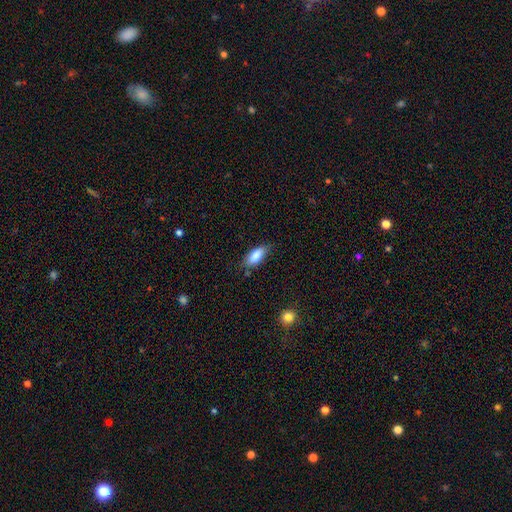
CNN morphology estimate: The model was most divided on "merging": none: 70%, minor disturbance: 24%, major disturbance: 4%, merger: 2%. More confident: smooth or featured — smooth (84%); how rounded — in between (81%).